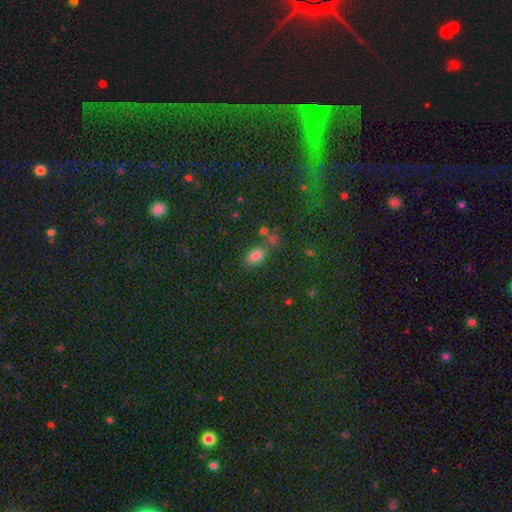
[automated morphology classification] Smooth or featured: smooth — 77% (star or artifact — 15%)
How rounded: in between — 87% (round — 9%)
Merging: none — 65% (minor disturbance — 16%)